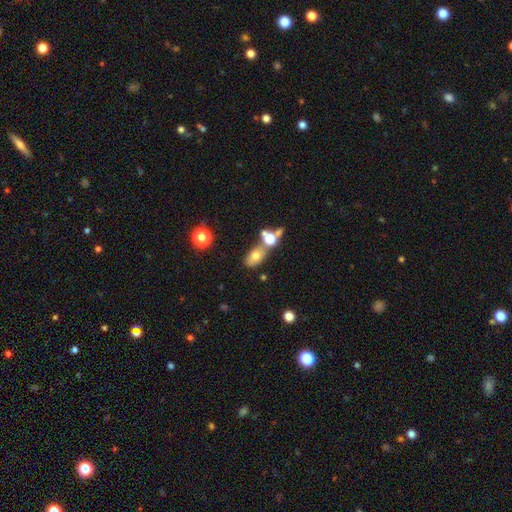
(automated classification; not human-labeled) Smooth or featured: smooth — 69% (featured or disk — 19%)
How rounded: in between — 80% (round — 16%)
Merging: none — 47% (merger — 36%)